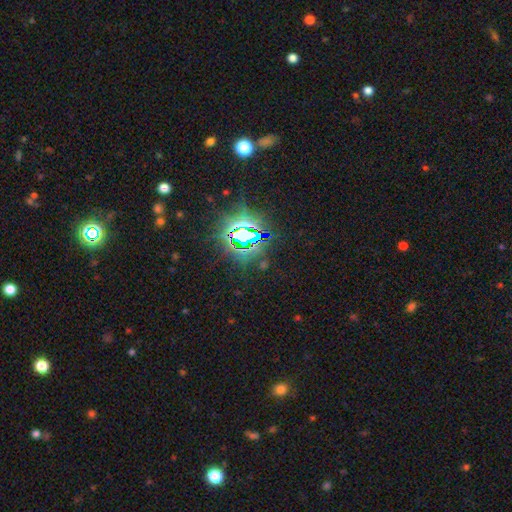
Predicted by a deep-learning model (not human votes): smooth-or-featured: star or artifact: 84% | smooth: 9% | featured or disk: 7%